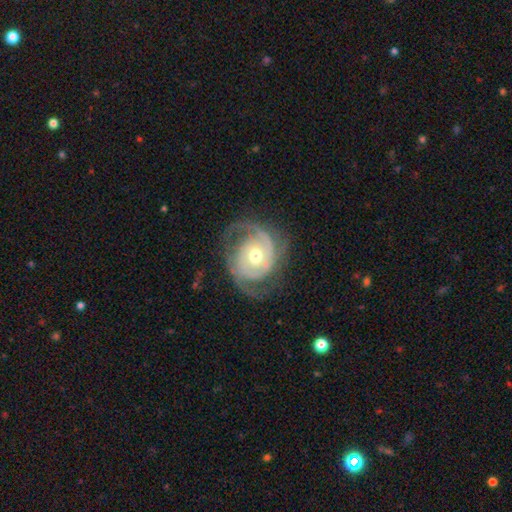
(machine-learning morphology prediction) smooth-or-featured: featured or disk: 87% | smooth: 8% | star or artifact: 5%
  disk-edge-on: no: 97% | yes: 3%
    bar: no: 71% | weak: 22% | strong: 6%
    has-spiral-arms: yes: 95% | no: 5%
      spiral-winding: tight: 46% | medium: 39% | loose: 14%
      spiral-arm-count: 2: 53% | 3: 19% | can't tell: 14% | 1: 7% | 4: 4% | more than 4: 4%
    bulge-size: moderate: 67% | small: 27% | large: 5% | dominant: 1% | none: 1%
  merging: none: 65% | minor disturbance: 19% | major disturbance: 15% | merger: 1%